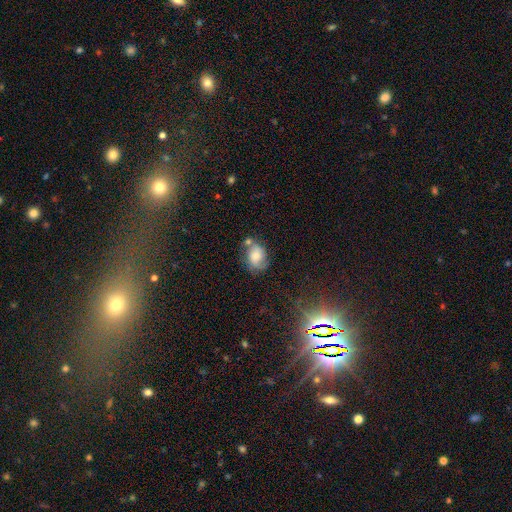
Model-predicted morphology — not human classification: Smooth or featured? smooth (54%)
How rounded? in between (65%)
Merging? none (46%)